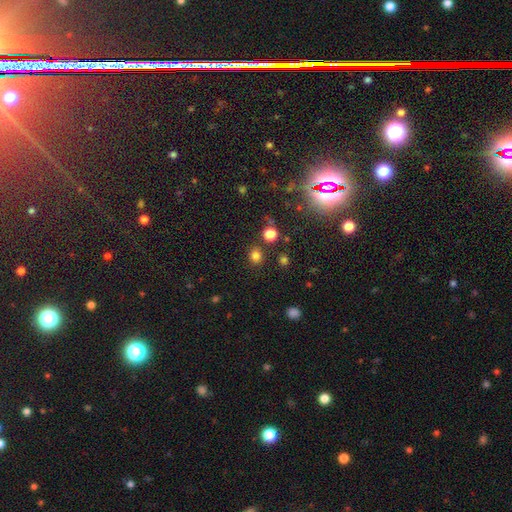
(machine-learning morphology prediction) This appears to be a smooth galaxy with no disk features (78%) that is round (79%). Merging: none (83%).